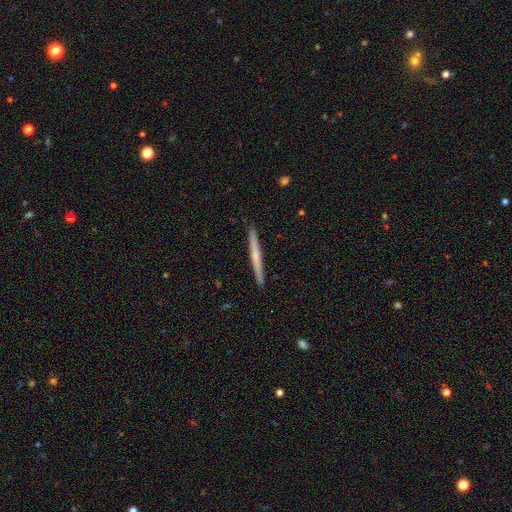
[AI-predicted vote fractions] This is possibly a featured or disk galaxy (48%). Merging: clearly none (93%).